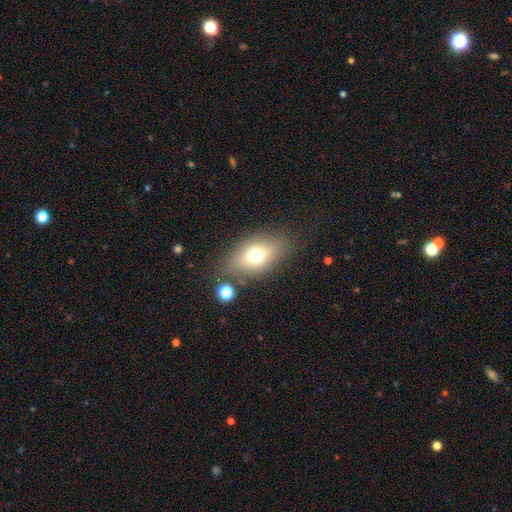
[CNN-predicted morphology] Overall: smooth (68%). How rounded: in between (79%). Merging: none (74%).